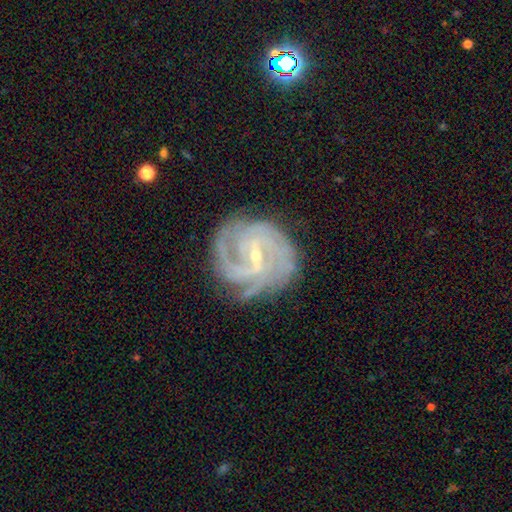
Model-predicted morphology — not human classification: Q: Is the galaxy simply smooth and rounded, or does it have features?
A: featured or disk — 89%.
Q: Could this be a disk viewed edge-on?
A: no — 98%.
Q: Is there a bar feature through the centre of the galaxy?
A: weak — 52%.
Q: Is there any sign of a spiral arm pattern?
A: yes — 98%.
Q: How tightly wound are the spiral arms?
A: tight — 65%.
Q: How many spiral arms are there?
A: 3 — 30%.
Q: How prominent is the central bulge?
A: small — 75%.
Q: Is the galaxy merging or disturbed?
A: none — 74%.